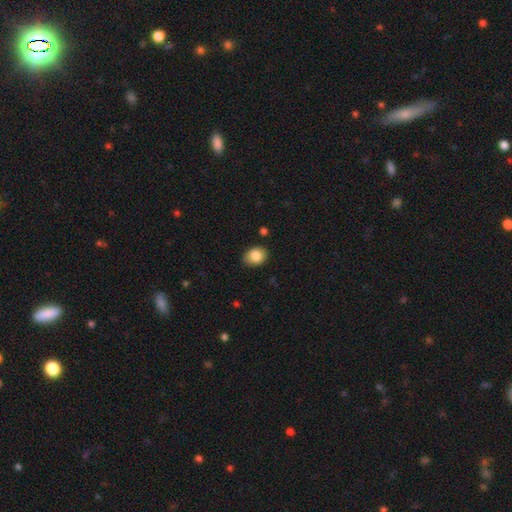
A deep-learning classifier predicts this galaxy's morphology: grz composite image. It shows a smooth galaxy with no disk features (86%) that is in between round and cigar-shaped (63%). Merging: none (85%).